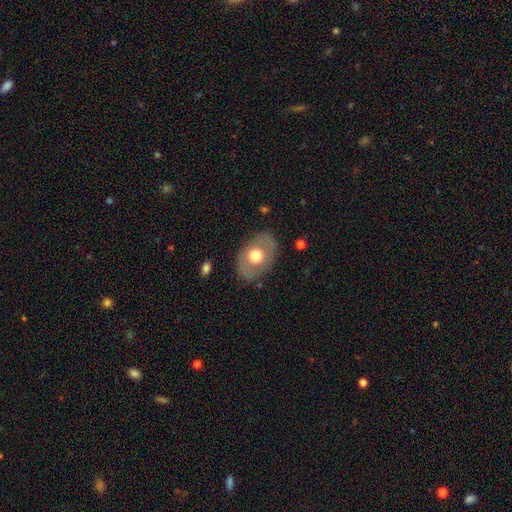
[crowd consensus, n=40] smooth-or-featured: smooth: 55% | featured or disk: 45% | star or artifact: 0%
  how-rounded: in between: 82% | round: 14% | cigar-shaped: 5%
  merging: none: 62% | minor disturbance: 32% | major disturbance: 2% | merger: 2%